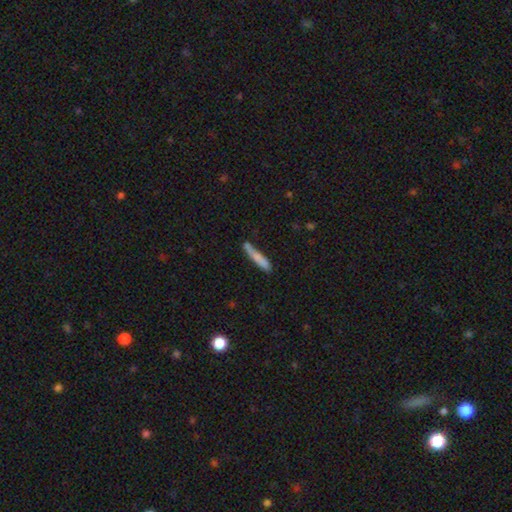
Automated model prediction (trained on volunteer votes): Q: Smooth or featured?
A: smooth (74%); runner-up: featured or disk (19%)
Q: How rounded?
A: cigar-shaped (92%); runner-up: in between (6%)
Q: Merging?
A: none (66%); runner-up: minor disturbance (20%)